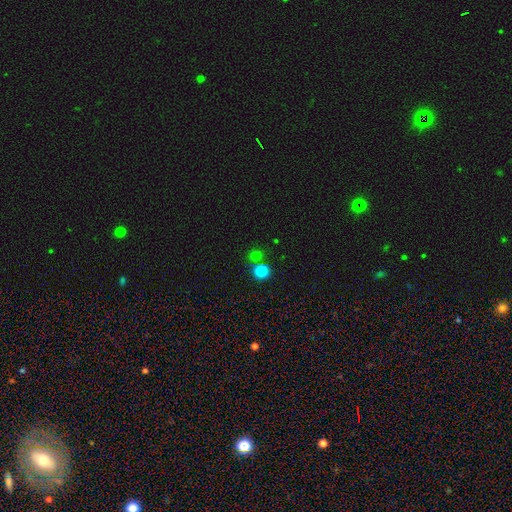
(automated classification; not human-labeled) The model was most divided on "smooth or featured": smooth: 75%, star or artifact: 20%, featured or disk: 5%. More confident: how rounded — round (86%); merging — none (73%).